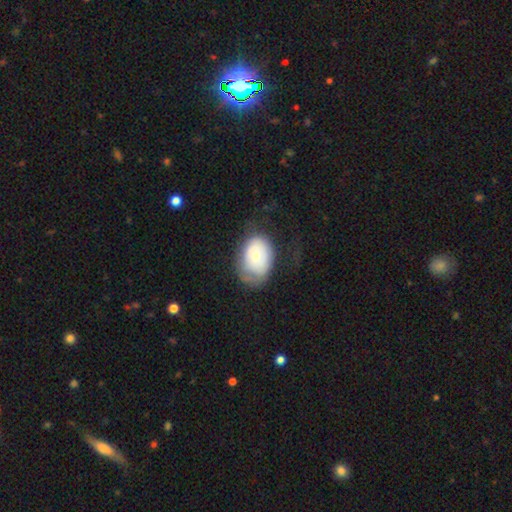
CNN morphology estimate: A smooth galaxy with no disk features (53%) that is in between round and cigar-shaped (72%).

Vote fractions:
- Smooth or featured? smooth: 53% / featured or disk: 40% / star or artifact: 7%
- How rounded? in between: 72% / round: 27% / cigar-shaped: 1%
- Merging? none: 43% / minor disturbance: 29% / major disturbance: 26% / merger: 2%